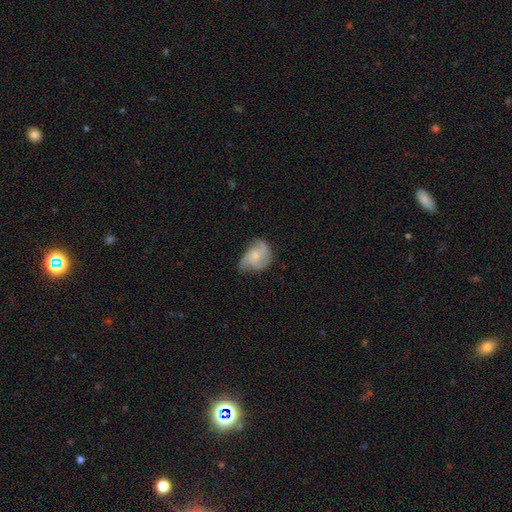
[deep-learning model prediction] This appears to be a featured or disk galaxy (71%) with no bar (73%), 3 (61%) medium (50%) spiral arms (92%) and a small central bulge (53%). Merging: none (51%).